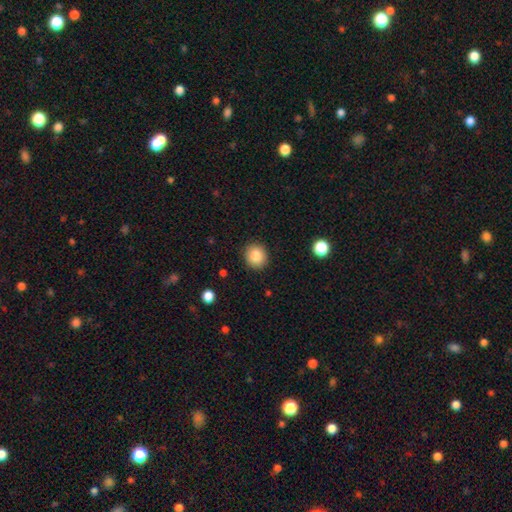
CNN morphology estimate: Q: Smooth or featured?
A: smooth (85%); runner-up: star or artifact (9%)
Q: How rounded?
A: round (83%); runner-up: in between (16%)
Q: Merging?
A: none (90%); runner-up: minor disturbance (7%)